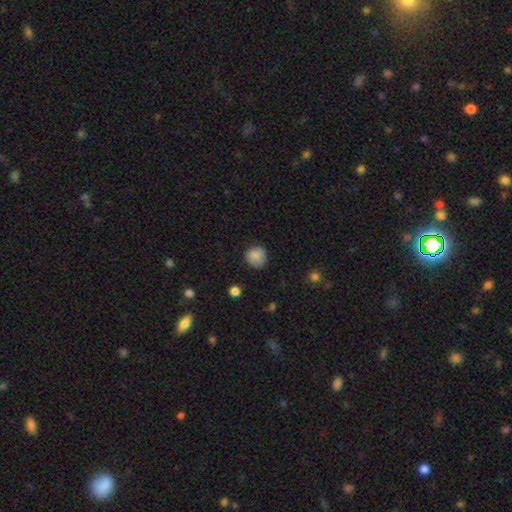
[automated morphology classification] This is clearly a smooth galaxy (86%). How rounded: clearly round (88%). Merging: likely none (78%).